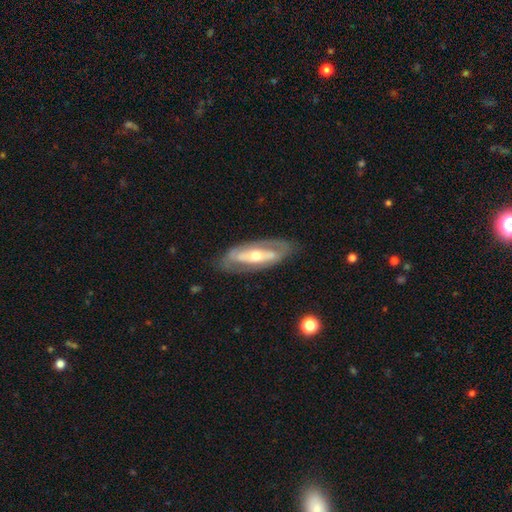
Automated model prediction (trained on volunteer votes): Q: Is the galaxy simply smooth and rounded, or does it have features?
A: featured or disk — 72%.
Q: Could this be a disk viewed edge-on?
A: no — 82%.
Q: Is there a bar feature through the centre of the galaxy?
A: no — 46%.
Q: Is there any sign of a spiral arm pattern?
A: no — 50%, tied with yes.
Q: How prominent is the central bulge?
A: moderate — 63%.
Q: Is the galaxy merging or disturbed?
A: none — 74%.